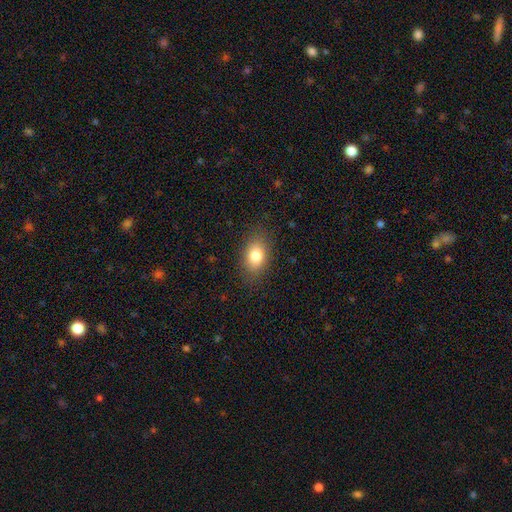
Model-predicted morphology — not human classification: A smooth galaxy with no disk features (82%) that is in between round and cigar-shaped (86%).

Vote fractions:
- Smooth or featured? smooth: 82% / featured or disk: 10% / star or artifact: 9%
- How rounded? in between: 86% / round: 13% / cigar-shaped: 2%
- Merging? none: 84% / minor disturbance: 11% / major disturbance: 4% / merger: 1%